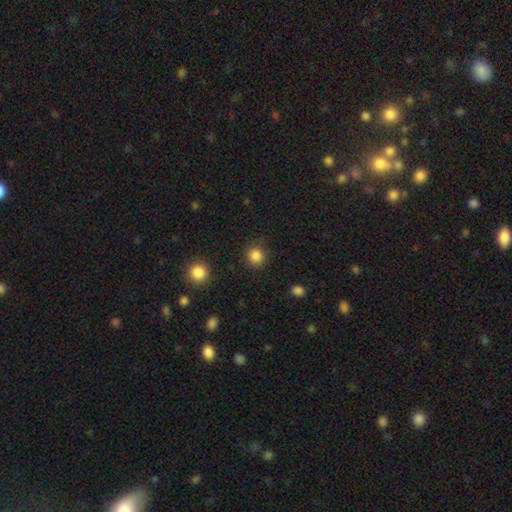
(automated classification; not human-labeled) Smooth or featured? Predicted: smooth (p=0.85). How rounded? Predicted: round (p=0.92). Merging? Predicted: none (p=0.87).